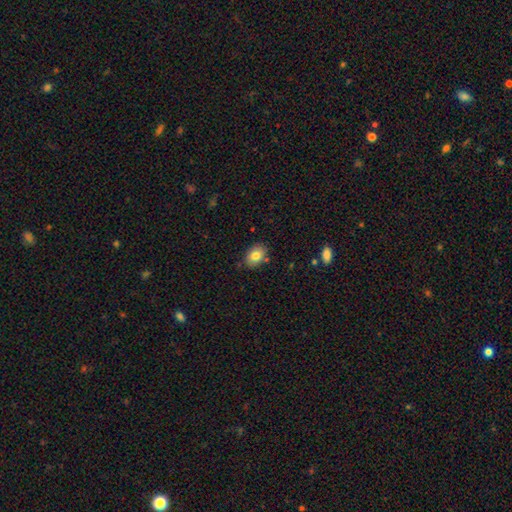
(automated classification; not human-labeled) Smooth or featured? smooth (81%)
How rounded? in between (79%)
Merging? none (82%)